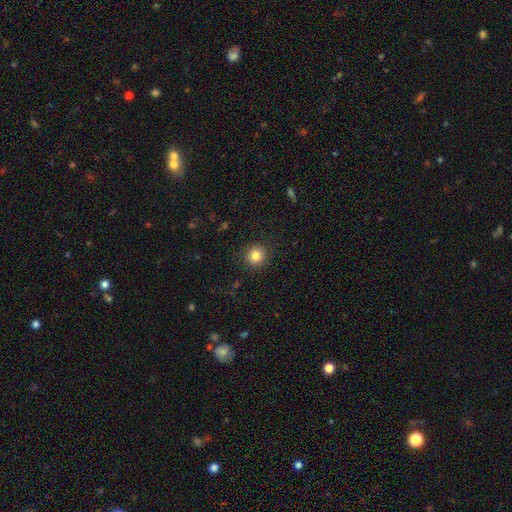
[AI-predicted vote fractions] This is clearly a smooth galaxy (83%). How rounded: clearly round (93%). Merging: clearly none (91%).